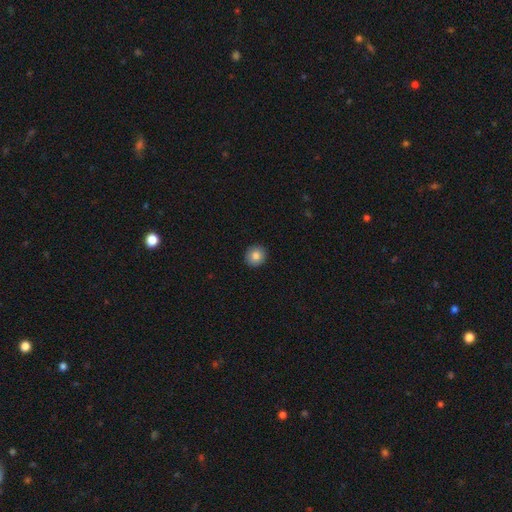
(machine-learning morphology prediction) The model was most divided on "smooth or featured": smooth: 84%, star or artifact: 9%, featured or disk: 7%. More confident: merging — none (92%); how rounded — round (87%).